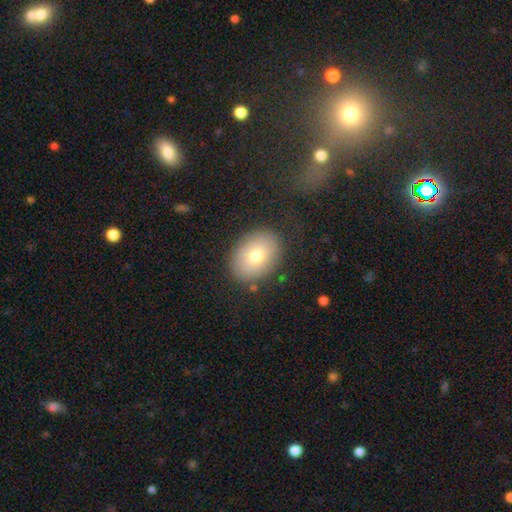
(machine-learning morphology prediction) smooth 75%, featured or disk 17%, star or artifact 8%. Down the decision tree: how rounded — in between (74%); merging — none (84%).